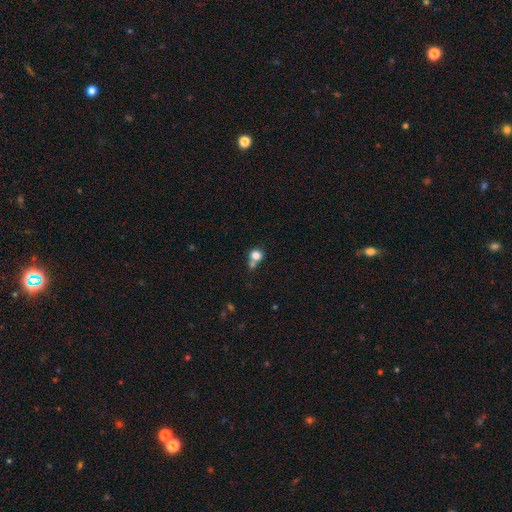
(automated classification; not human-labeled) Morphology: type=smooth (80%); roundness=round (79%); merging=none (44%).